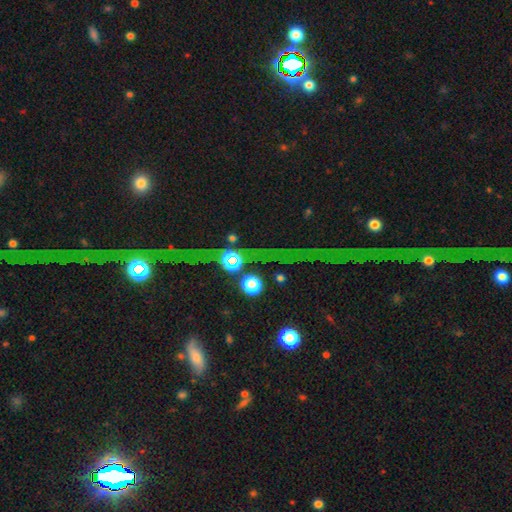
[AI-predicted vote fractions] A star or artifact, not a galaxy (74%).